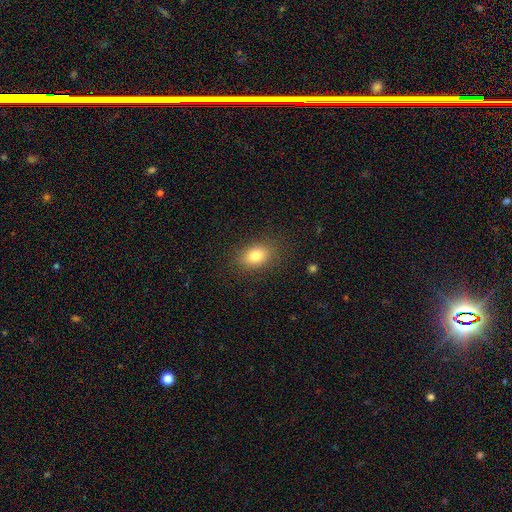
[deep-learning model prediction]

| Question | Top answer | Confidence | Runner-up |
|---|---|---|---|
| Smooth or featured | smooth | 80% | star or artifact (10%) |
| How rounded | in between | 77% | round (21%) |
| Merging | none | 85% | minor disturbance (10%) |